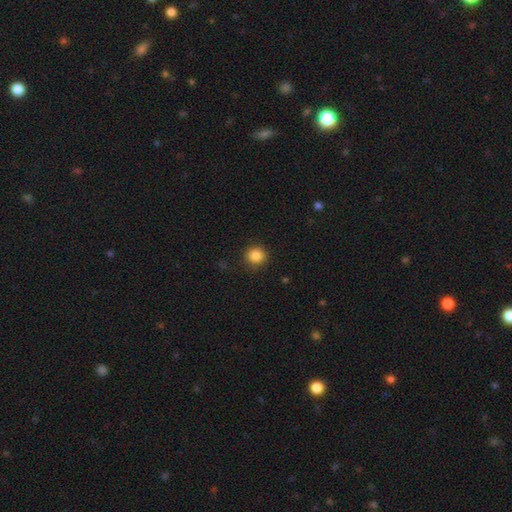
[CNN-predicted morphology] The model was most divided on "smooth or featured": smooth: 86%, star or artifact: 11%, featured or disk: 4%. More confident: how rounded — round (91%); merging — none (89%).